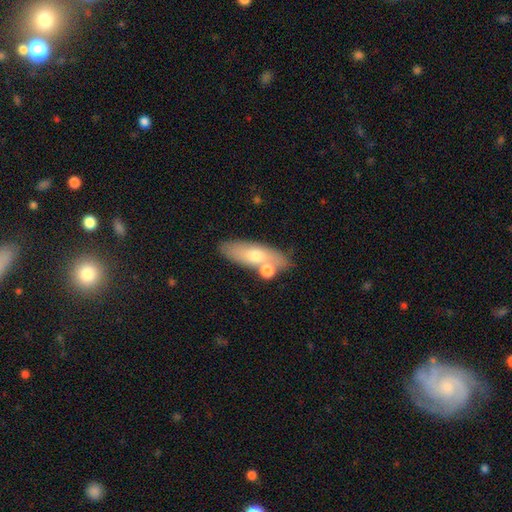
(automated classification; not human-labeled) Smooth or featured?
  - smooth: 51% *
  - featured or disk: 40%
  - star or artifact: 9%
How rounded?
  - in between: 60% *
  - cigar-shaped: 36%
  - round: 4%
Merging?
  - none: 65% *
  - merger: 18%
  - minor disturbance: 13%
  - major disturbance: 4%